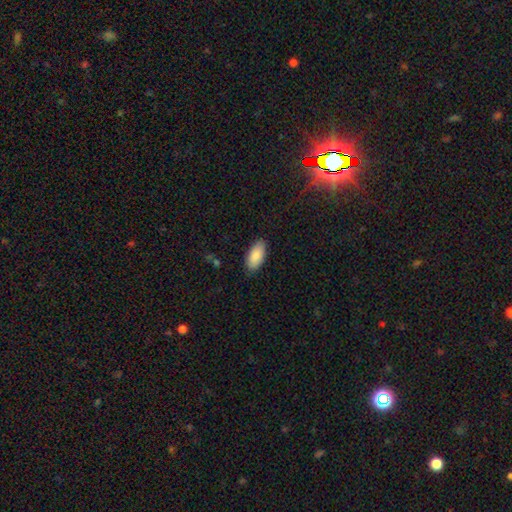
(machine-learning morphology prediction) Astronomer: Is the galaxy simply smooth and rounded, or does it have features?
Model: smooth — 89%.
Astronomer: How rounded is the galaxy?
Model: in between — 92%.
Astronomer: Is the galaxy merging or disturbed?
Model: none — 86%.